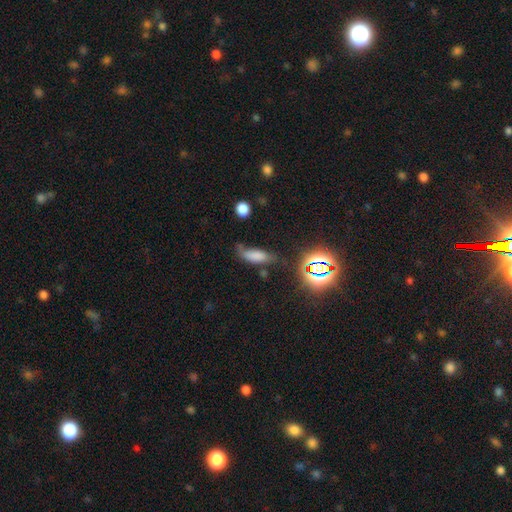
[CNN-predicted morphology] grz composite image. It shows a smooth galaxy with no disk features (68%) that is in between round and cigar-shaped (64%). Merging: none (49%).